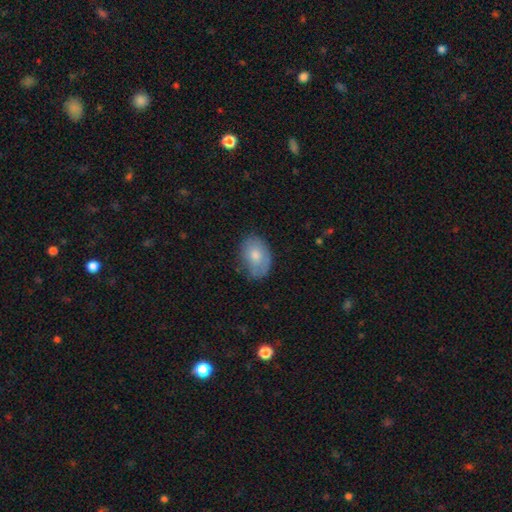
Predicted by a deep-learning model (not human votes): Smooth or featured? smooth (74%)
How rounded? in between (80%)
Merging? none (68%)